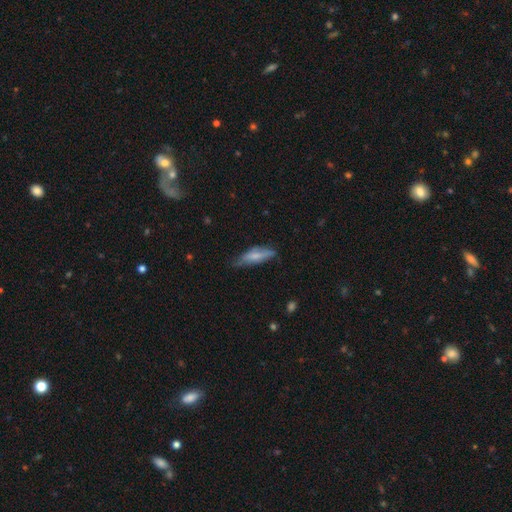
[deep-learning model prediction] This is likely a smooth galaxy (61%). How rounded: possibly cigar-shaped (53%). Merging: possibly none (58%).